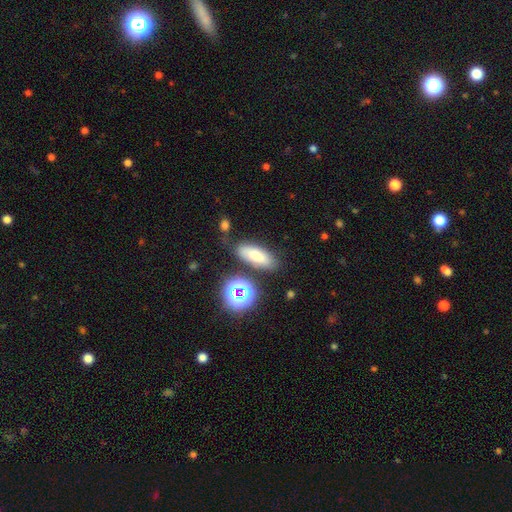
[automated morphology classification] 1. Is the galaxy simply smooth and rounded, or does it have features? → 72% smooth, 14% star or artifact, 14% featured or disk.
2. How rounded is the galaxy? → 71% in between, 22% cigar-shaped, 7% round.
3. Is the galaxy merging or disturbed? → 75% none, 14% minor disturbance, 6% merger, 5% major disturbance.